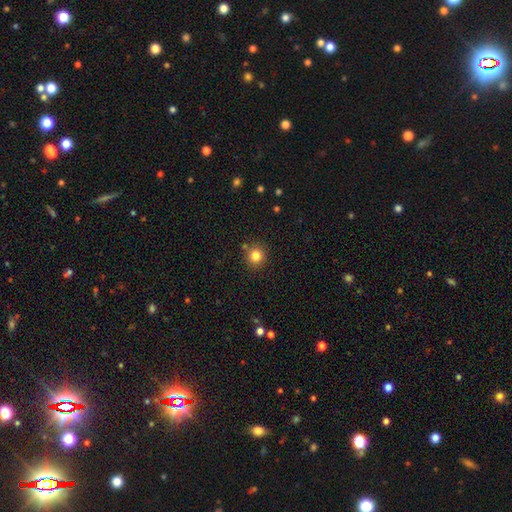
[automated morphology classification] Smooth or featured? smooth (82%)
How rounded? round (93%)
Merging? none (86%)